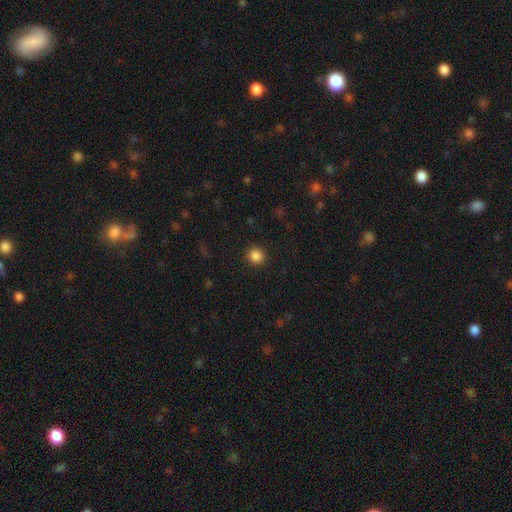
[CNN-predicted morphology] This appears to be a smooth galaxy with no disk features (86%) that is round (89%). Merging: none (91%).